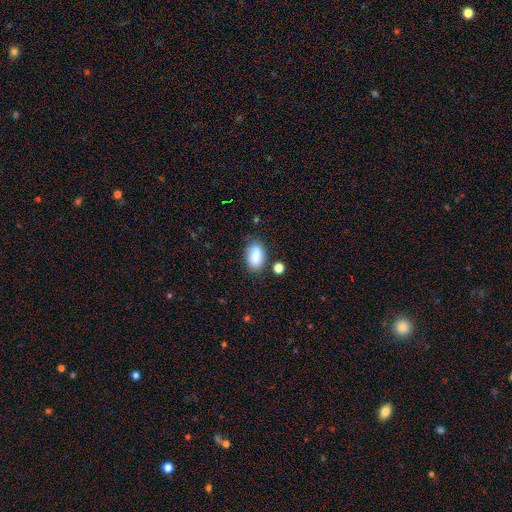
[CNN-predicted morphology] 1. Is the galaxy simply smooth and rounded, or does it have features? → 84% smooth, 9% star or artifact, 7% featured or disk.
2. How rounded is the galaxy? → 90% in between, 7% round, 3% cigar-shaped.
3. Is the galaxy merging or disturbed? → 67% none, 19% minor disturbance, 9% merger, 5% major disturbance.